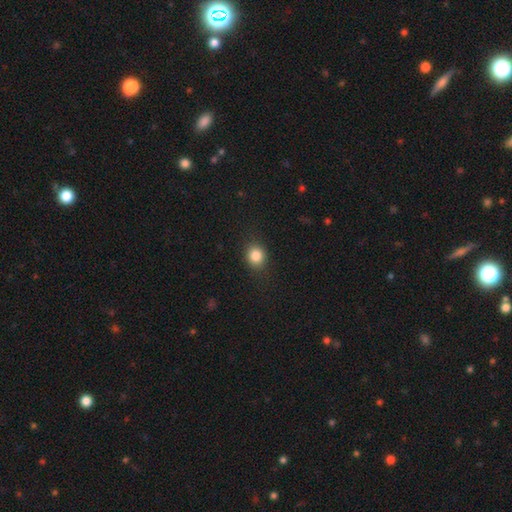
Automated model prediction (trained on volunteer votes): smooth-or-featured: smooth: 85% | star or artifact: 10% | featured or disk: 5%
  how-rounded: round: 71% | in between: 28% | cigar-shaped: 1%
  merging: none: 85% | minor disturbance: 11% | major disturbance: 3% | merger: 1%